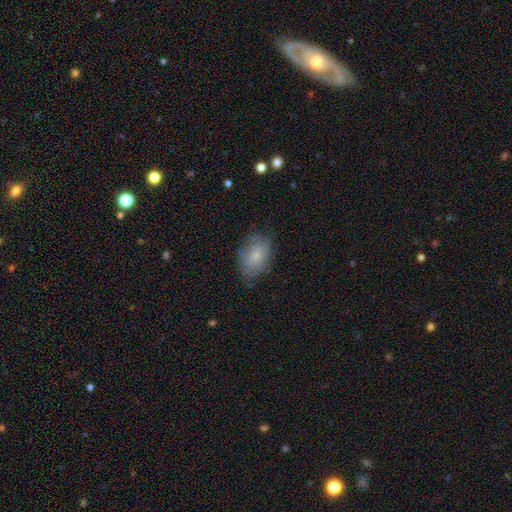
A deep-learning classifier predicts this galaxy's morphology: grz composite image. It shows a smooth galaxy with no disk features (75%) that is in between round and cigar-shaped (84%). Merging: none (69%).